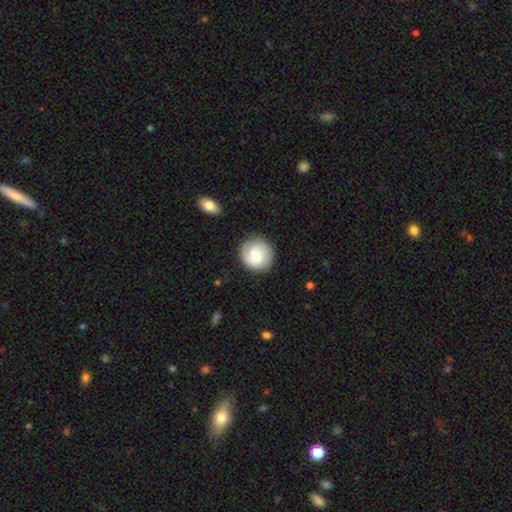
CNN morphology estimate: Q: Smooth or featured?
A: smooth (49%); runner-up: featured or disk (44%)
Q: Merging?
A: none (86%); runner-up: minor disturbance (10%)